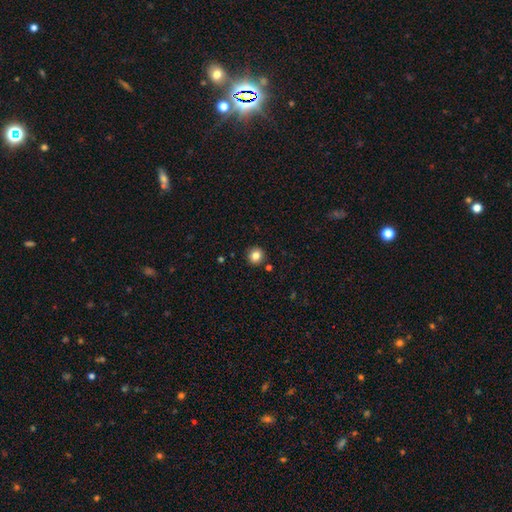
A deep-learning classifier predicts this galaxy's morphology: This appears to be a smooth galaxy with no disk features (83%) that is round (93%). Merging: none (91%).